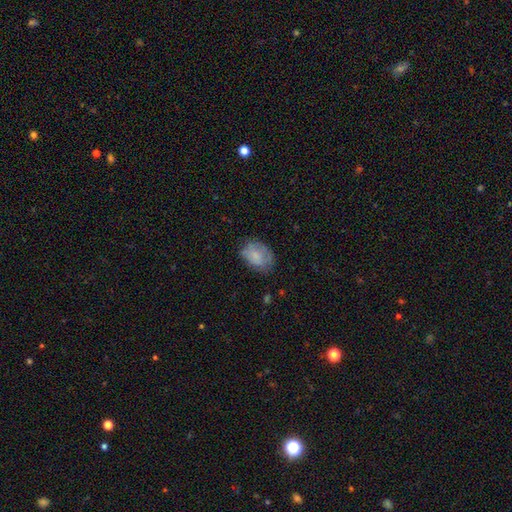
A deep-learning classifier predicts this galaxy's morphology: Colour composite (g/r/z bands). It shows a smooth galaxy with no disk features (72%) that is in between round and cigar-shaped (79%). Merging: none (58%).